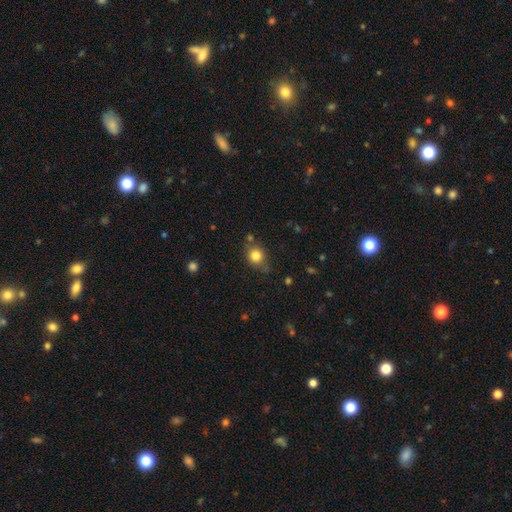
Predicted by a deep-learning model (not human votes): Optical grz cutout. It shows a smooth galaxy with no disk features (82%) that is round (78%). Merging: none (73%).